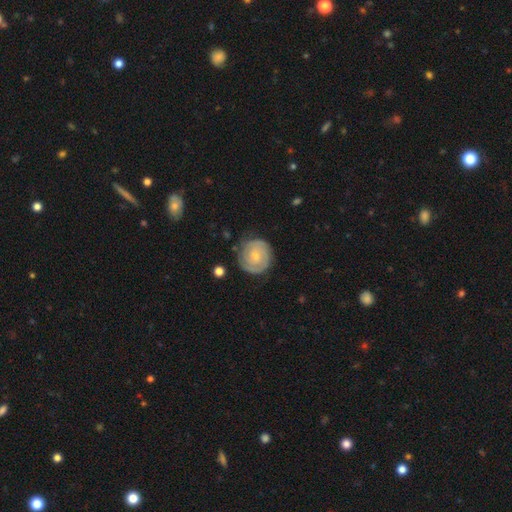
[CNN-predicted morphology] The model was most divided on "bulge size": small: 58%, moderate: 36%, none: 3%, large: 2%, dominant: 1%. More confident: edge-on disk — no (98%); spiral arms — yes (92%); merging — none (78%); spiral winding — tight (75%); smooth or featured — featured or disk (72%); bar — no (64%); spiral arm count — 2 (55%).